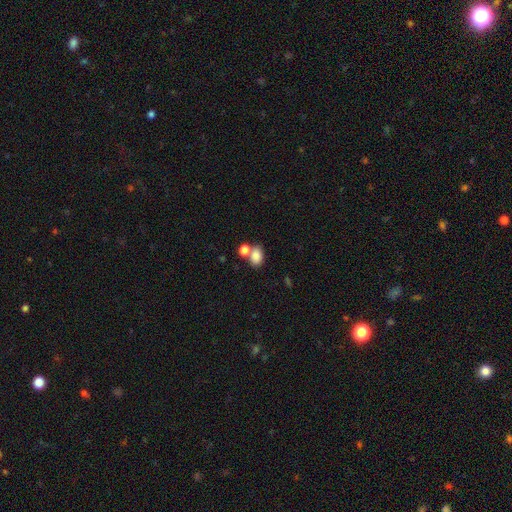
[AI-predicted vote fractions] The model was most divided on "merging": none: 47%, merger: 37%, minor disturbance: 11%, major disturbance: 5%. More confident: smooth or featured — smooth (83%); how rounded — in between (77%).